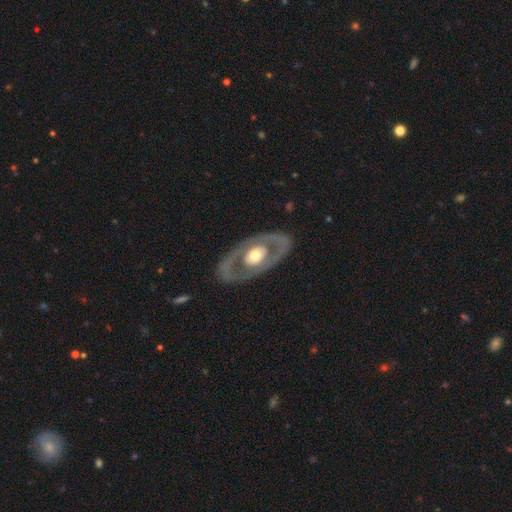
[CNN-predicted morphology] A featured or disk galaxy (69%) with no bar (84%), no spiral arms (80%) and a moderate central bulge (61%).

Vote fractions:
- Smooth or featured? featured or disk: 69% / smooth: 27% / star or artifact: 4%
- Edge-on disk? no: 89% / yes: 11%
- Bar? no: 84% / weak: 12% / strong: 5%
- Spiral arms? no: 80% / yes: 20%
- Bulge size? moderate: 61% / large: 30% / small: 7% / dominant: 2% / none: 1%
- Merging? none: 82% / minor disturbance: 11% / major disturbance: 6% / merger: 1%